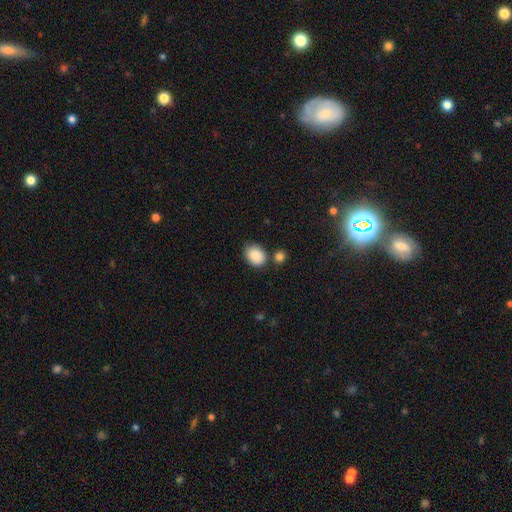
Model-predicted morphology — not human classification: Smooth or featured?
  - smooth: 88% *
  - star or artifact: 7%
  - featured or disk: 5%
How rounded?
  - in between: 62% *
  - round: 37%
  - cigar-shaped: 1%
Merging?
  - none: 72% *
  - minor disturbance: 15%
  - merger: 10%
  - major disturbance: 4%